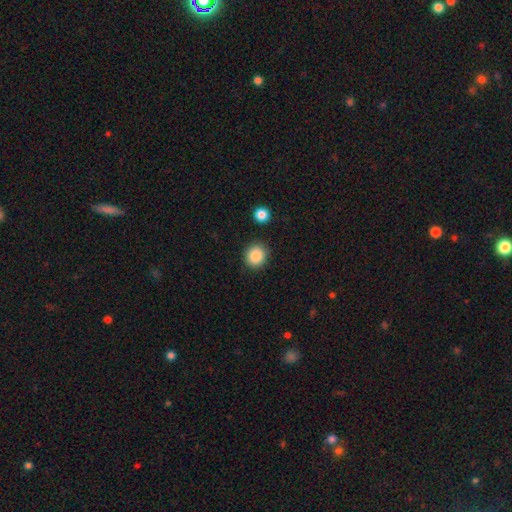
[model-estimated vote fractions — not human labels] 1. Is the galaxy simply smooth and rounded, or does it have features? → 87% smooth, 9% star or artifact, 4% featured or disk.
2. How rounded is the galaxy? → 86% round, 13% in between, 1% cigar-shaped.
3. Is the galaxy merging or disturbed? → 88% none, 7% minor disturbance, 2% merger, 2% major disturbance.